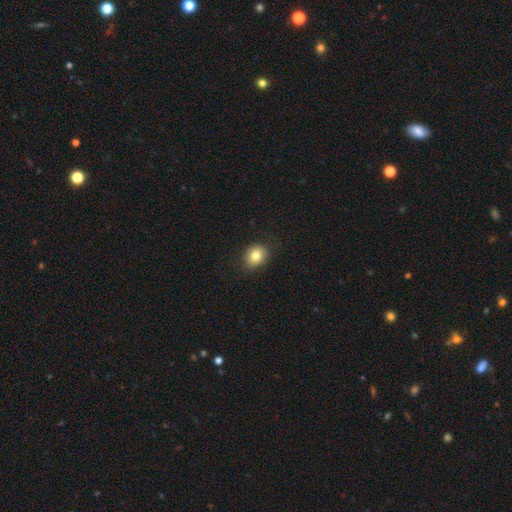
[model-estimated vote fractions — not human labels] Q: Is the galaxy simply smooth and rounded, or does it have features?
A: smooth — 82%.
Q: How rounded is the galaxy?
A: round — 61%.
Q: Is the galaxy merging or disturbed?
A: none — 84%.